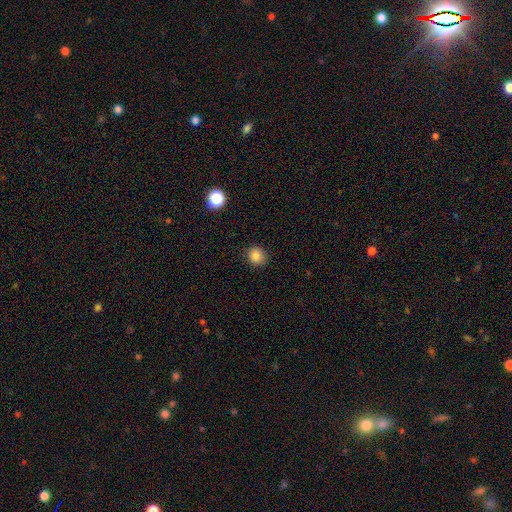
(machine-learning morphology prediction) This is clearly a smooth galaxy (84%). How rounded: clearly round (84%). Merging: clearly none (89%).